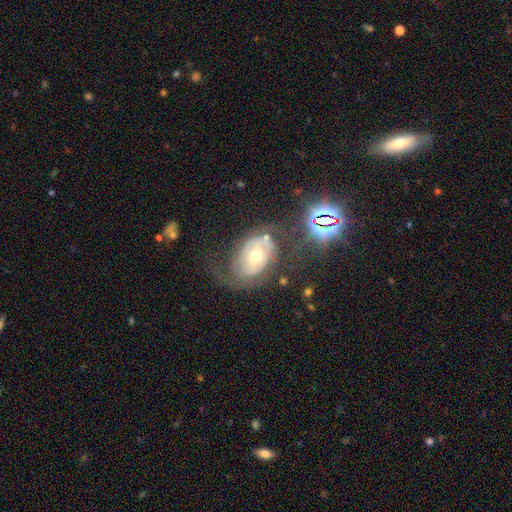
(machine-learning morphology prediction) smooth_or_featured: featured or disk (p=0.69) [alt: smooth p=0.20]
disk_edge_on: no (p=0.94) [alt: yes p=0.06]
bar: no (p=0.66) [alt: weak p=0.25]
has_spiral_arms: yes (p=0.72) [alt: no p=0.28]
bulge_size: moderate (p=0.65) [alt: small p=0.28]
merging: none (p=0.46) [alt: major disturbance p=0.26]